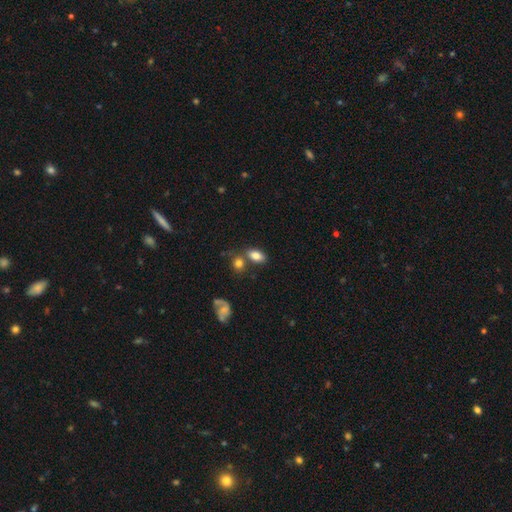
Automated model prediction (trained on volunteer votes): A smooth galaxy with no disk features (81%) that is in between round and cigar-shaped (87%).

Vote fractions:
- Smooth or featured? smooth: 81% / featured or disk: 11% / star or artifact: 8%
- How rounded? in between: 87% / round: 9% / cigar-shaped: 3%
- Merging? none: 59% / merger: 23% / minor disturbance: 13% / major disturbance: 5%